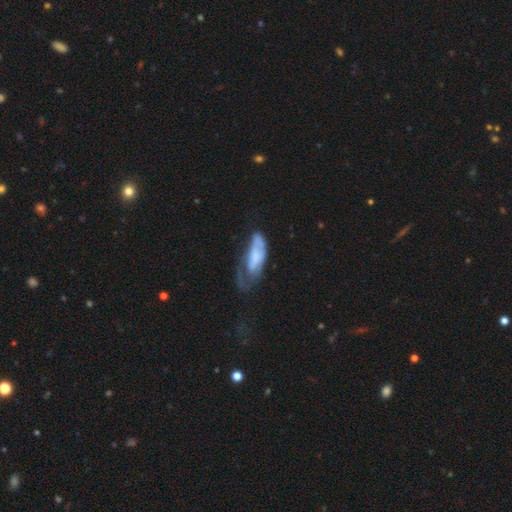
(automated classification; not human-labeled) Smooth or featured?
  - smooth: 49% *
  - featured or disk: 43%
  - star or artifact: 8%
Merging?
  - major disturbance: 45% *
  - minor disturbance: 27%
  - none: 23%
  - merger: 5%